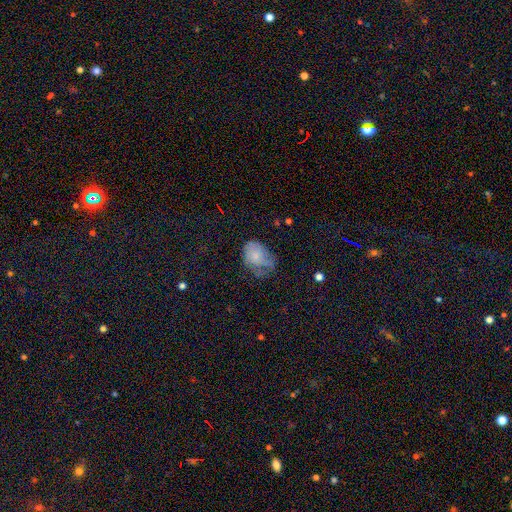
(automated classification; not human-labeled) smooth 63%, featured or disk 28%, star or artifact 9%. Down the decision tree: how rounded — in between (72%); merging — minor disturbance (37%).